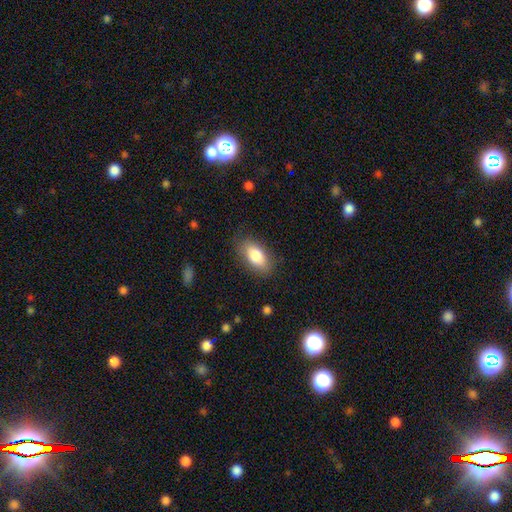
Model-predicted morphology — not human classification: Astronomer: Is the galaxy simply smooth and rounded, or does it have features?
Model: smooth — 82%.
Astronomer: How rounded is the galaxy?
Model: in between — 90%.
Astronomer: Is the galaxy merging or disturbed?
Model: none — 83%.